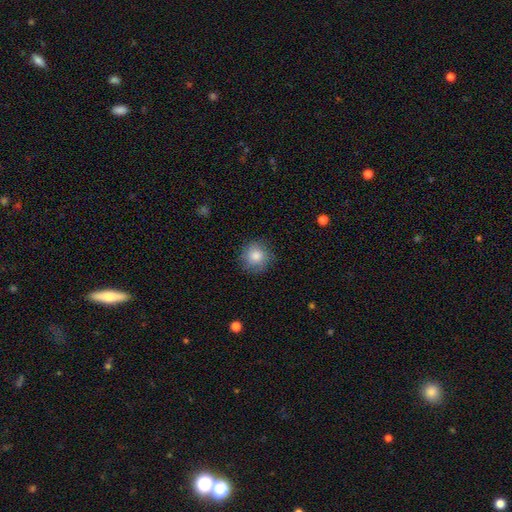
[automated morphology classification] Overall: smooth (80%). How rounded: round (92%). Merging: none (83%).